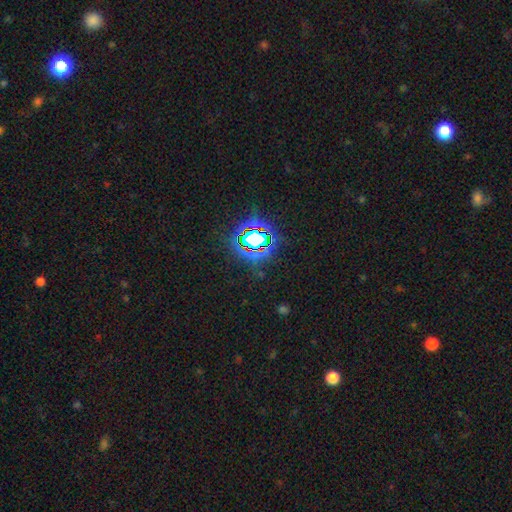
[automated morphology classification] Smooth or featured?
  - star or artifact: 83% *
  - smooth: 10%
  - featured or disk: 7%